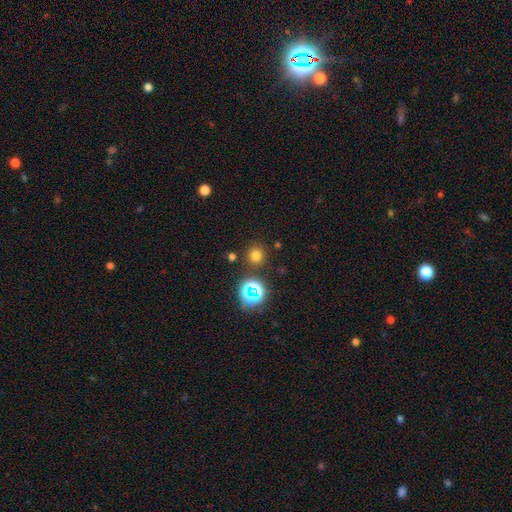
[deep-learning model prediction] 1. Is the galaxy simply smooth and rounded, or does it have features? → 70% smooth, 24% star or artifact, 6% featured or disk.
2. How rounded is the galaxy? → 92% round, 7% in between, 1% cigar-shaped.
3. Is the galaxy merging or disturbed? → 86% none, 7% minor disturbance, 4% merger, 3% major disturbance.